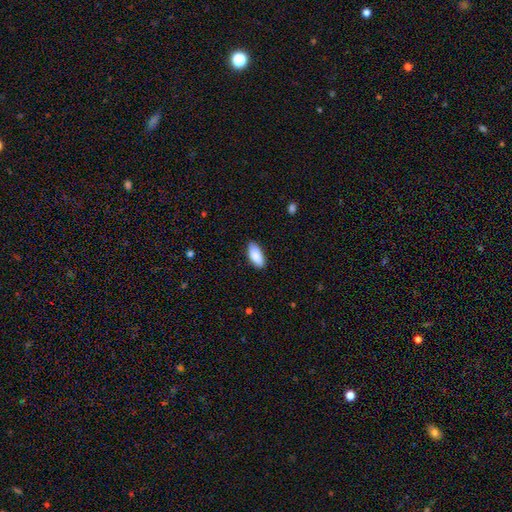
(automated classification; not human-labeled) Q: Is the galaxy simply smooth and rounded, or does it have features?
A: smooth — 88%.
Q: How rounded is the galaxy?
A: in between — 87%.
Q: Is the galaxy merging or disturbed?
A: none — 84%.